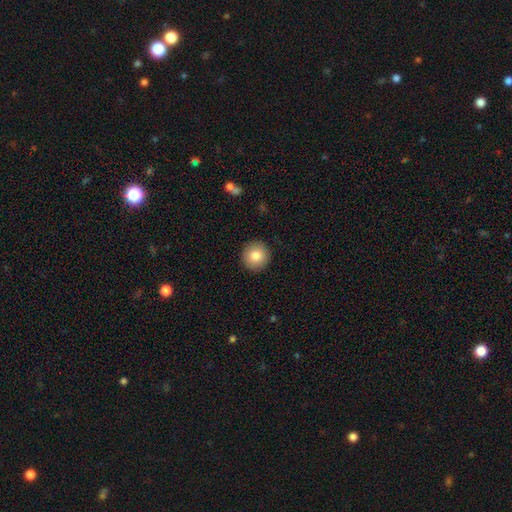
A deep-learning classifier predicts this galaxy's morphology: smooth-or-featured: smooth: 84% | star or artifact: 8% | featured or disk: 8%
  how-rounded: round: 95% | in between: 5% | cigar-shaped: 1%
  merging: none: 92% | minor disturbance: 5% | major disturbance: 2% | merger: 1%